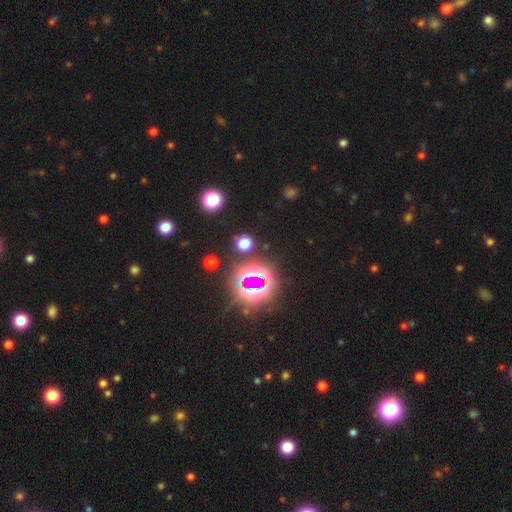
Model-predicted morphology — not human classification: Smooth or featured?
  - star or artifact: 83% *
  - smooth: 11%
  - featured or disk: 6%